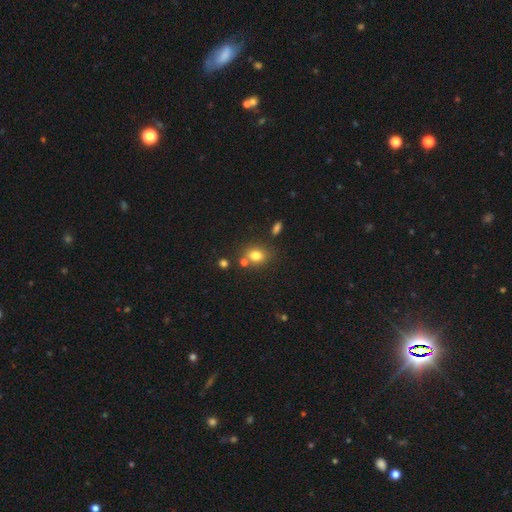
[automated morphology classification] The model was most divided on "how rounded": round: 53%, in between: 46%, cigar-shaped: 1%. More confident: smooth or featured — smooth (77%); merging — none (68%).